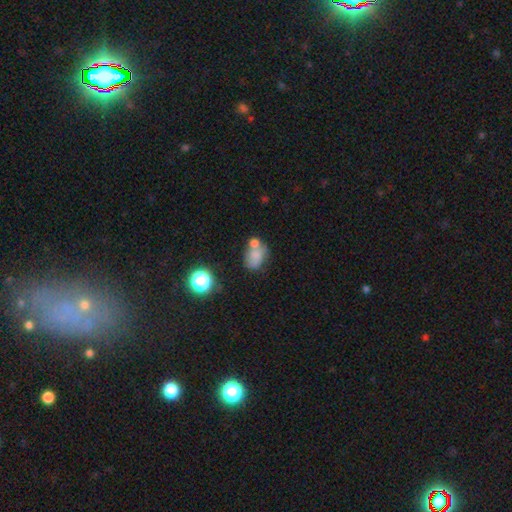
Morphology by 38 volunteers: This is likely a smooth galaxy (79%). How rounded: likely in between (63%). Merging: possibly none (54%).